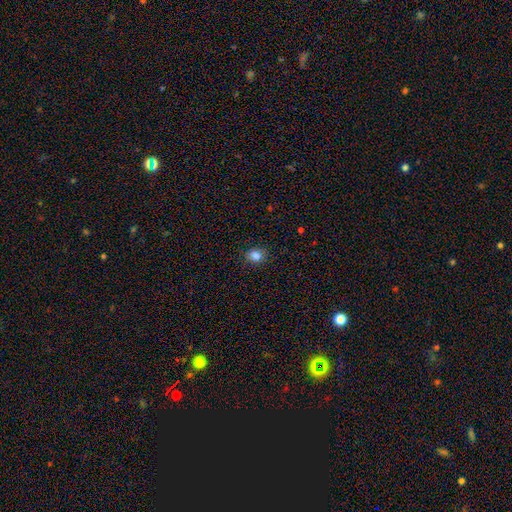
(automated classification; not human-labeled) Overall: smooth (83%). How rounded: round (53%; in between 46%). Merging: none (86%).